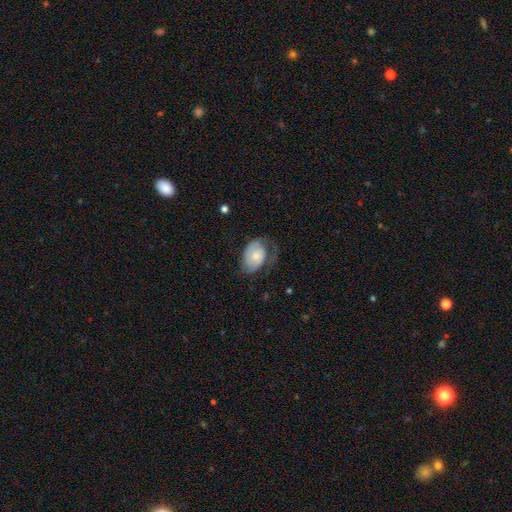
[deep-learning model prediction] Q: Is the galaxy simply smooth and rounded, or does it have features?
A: smooth — 59%.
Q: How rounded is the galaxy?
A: in between — 84%.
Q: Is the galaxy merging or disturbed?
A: none — 37%.